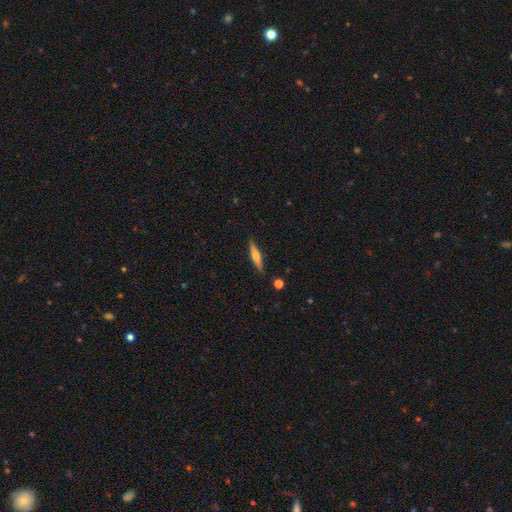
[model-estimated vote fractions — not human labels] Morphology: type=featured or disk (49%); merging=none (87%).